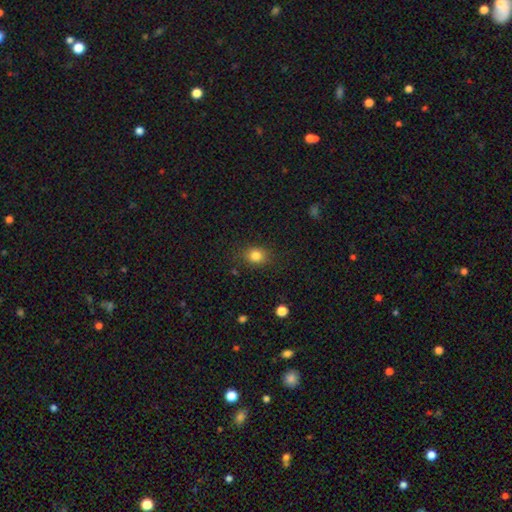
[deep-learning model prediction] Overall: smooth (82%). How rounded: round (60%; in between 39%). Merging: none (83%).